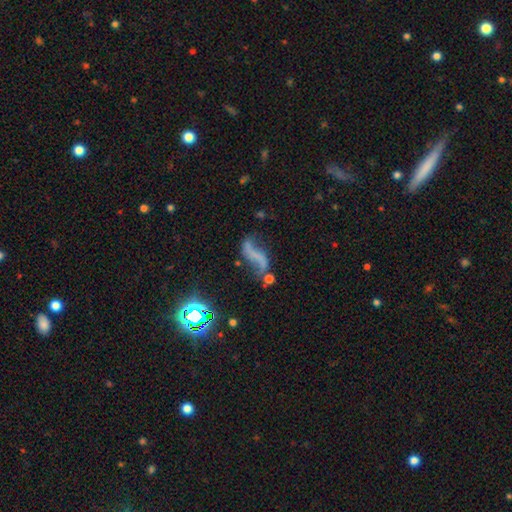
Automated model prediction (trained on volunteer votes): Smooth or featured? Predicted: featured or disk (p=0.66). Edge-on disk? Predicted: no (p=0.93). Bar? Predicted: no (p=0.51). Spiral arms? Predicted: yes (p=0.81). Bulge size? Predicted: none (p=0.76). Merging? Predicted: none (p=0.50).